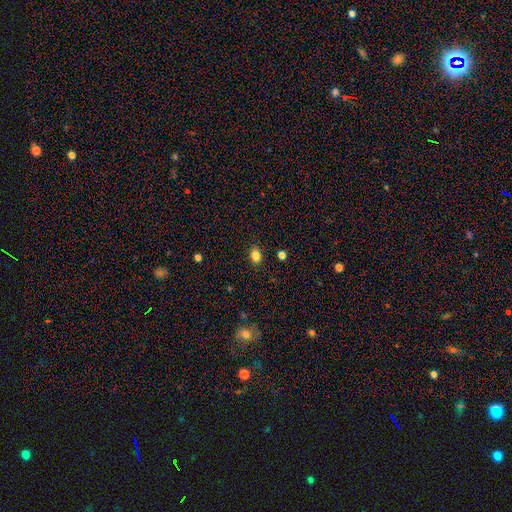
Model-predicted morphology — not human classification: smooth-or-featured: smooth: 83% | star or artifact: 11% | featured or disk: 6%
  how-rounded: in between: 74% | round: 24% | cigar-shaped: 1%
  merging: none: 87% | minor disturbance: 9% | major disturbance: 2% | merger: 1%